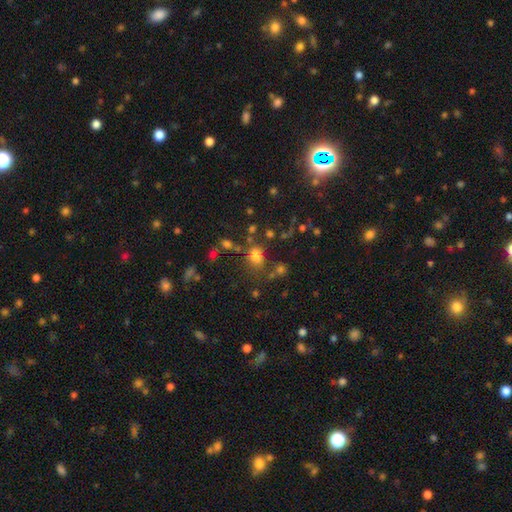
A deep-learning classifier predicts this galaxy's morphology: smooth_or_featured: smooth (p=0.72) [alt: star or artifact p=0.20]
how_rounded: in between (p=0.61) [alt: round p=0.38]
merging: none (p=0.65) [alt: minor disturbance p=0.15]